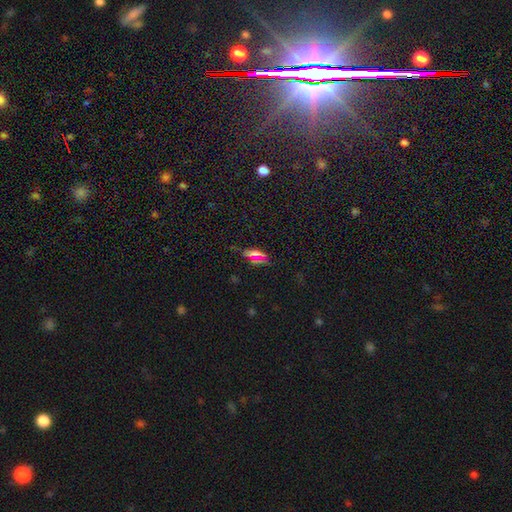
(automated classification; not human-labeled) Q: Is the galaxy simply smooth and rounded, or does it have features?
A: smooth — 48%.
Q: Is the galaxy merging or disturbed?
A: none — 74%.